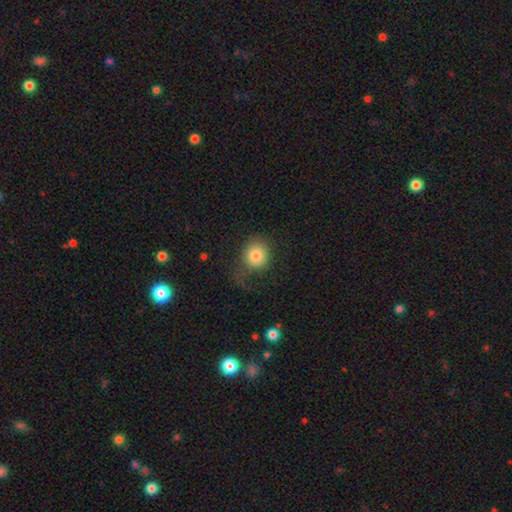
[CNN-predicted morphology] type=smooth (82%); roundness=round (80%); merging=none (55%).